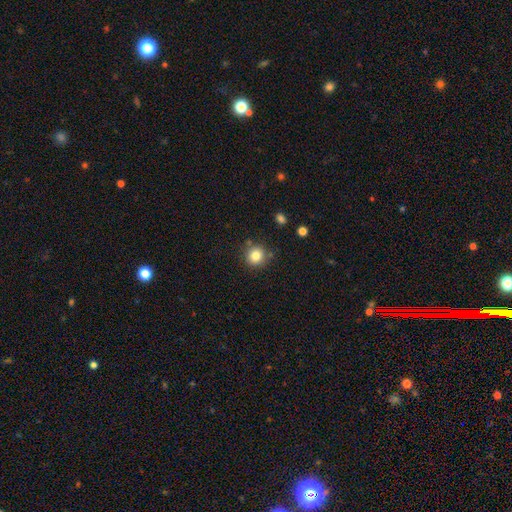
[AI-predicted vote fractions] The model was most divided on "smooth or featured": smooth: 82%, star or artifact: 11%, featured or disk: 6%. More confident: how rounded — round (91%); merging — none (83%).